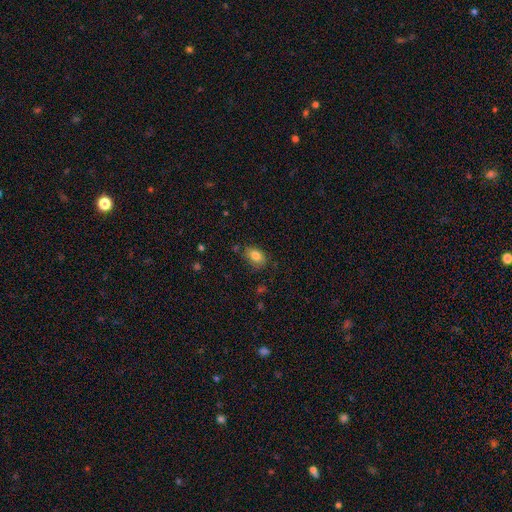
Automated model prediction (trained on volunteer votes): smooth 82%, star or artifact 9%, featured or disk 9%. Down the decision tree: how rounded — in between (81%); merging — none (75%).